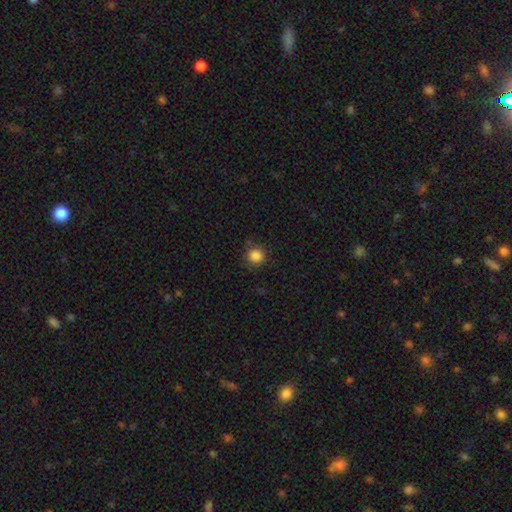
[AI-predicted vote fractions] A smooth galaxy with no disk features (86%) that is round (93%).

Vote fractions:
- Smooth or featured? smooth: 86% / star or artifact: 11% / featured or disk: 3%
- How rounded? round: 93% / in between: 6% / cigar-shaped: 1%
- Merging? none: 87% / minor disturbance: 9% / major disturbance: 3% / merger: 1%